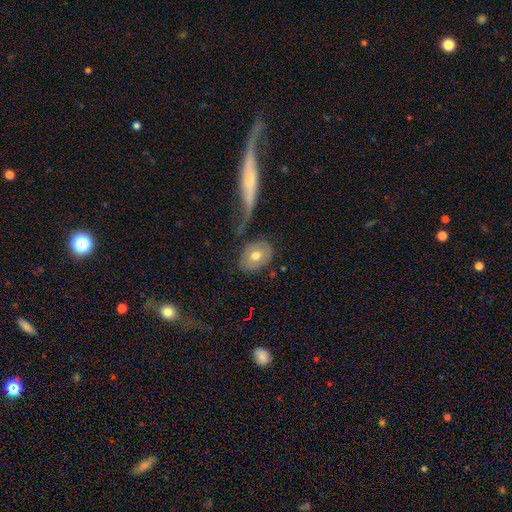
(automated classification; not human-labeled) Smooth or featured? Predicted: smooth (p=0.55). How rounded? Predicted: in between (p=0.64). Merging? Predicted: none (p=0.66).